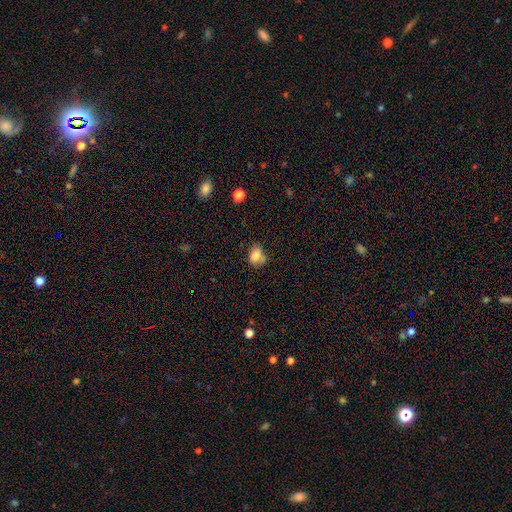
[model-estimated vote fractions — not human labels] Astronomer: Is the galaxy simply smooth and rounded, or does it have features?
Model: smooth — 79%.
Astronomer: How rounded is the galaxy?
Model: in between — 65%.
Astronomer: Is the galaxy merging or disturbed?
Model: none — 49% (runner-up: minor disturbance, 27%).